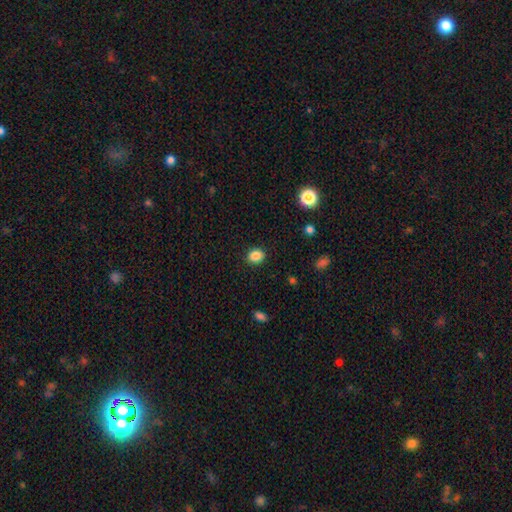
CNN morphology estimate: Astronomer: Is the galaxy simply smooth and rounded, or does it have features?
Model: smooth — 86%.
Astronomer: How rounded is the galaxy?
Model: round — 54% (runner-up: in between, 45%).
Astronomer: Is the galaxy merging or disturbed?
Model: none — 89%.